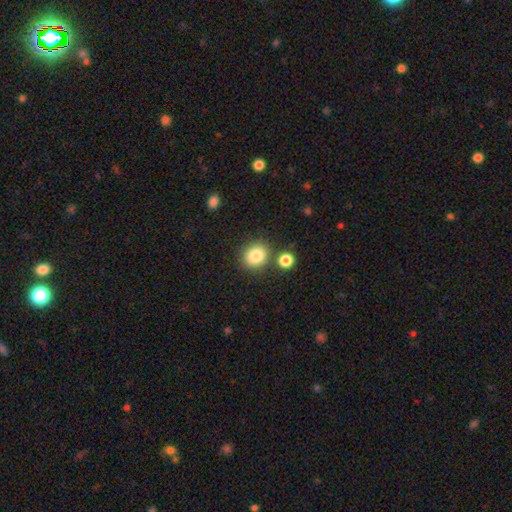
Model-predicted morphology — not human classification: Smooth or featured? smooth (84%)
How rounded? round (76%)
Merging? none (79%)